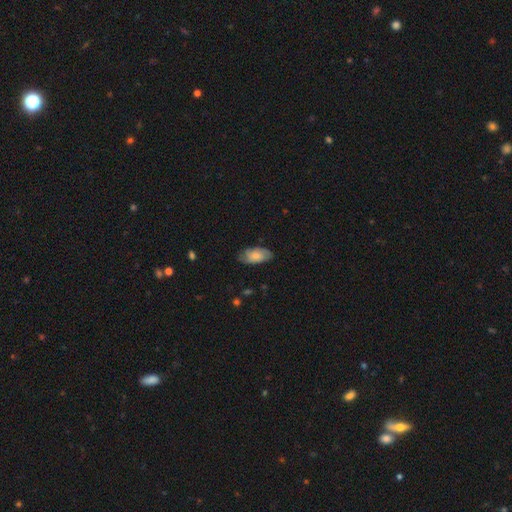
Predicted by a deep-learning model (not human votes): This is likely a smooth galaxy (65%). How rounded: clearly in between (92%). Merging: likely none (75%).